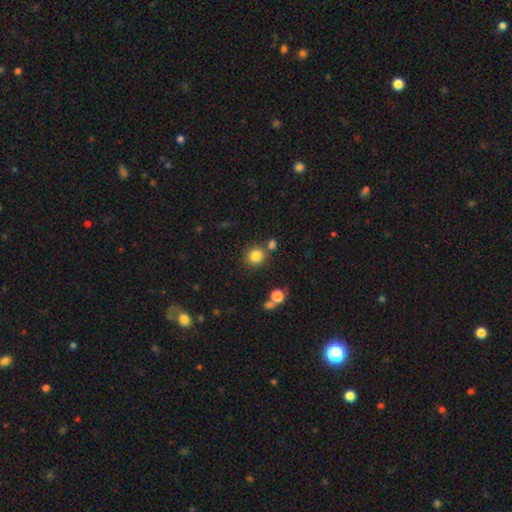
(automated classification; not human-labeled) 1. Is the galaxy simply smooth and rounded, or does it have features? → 83% smooth, 11% star or artifact, 6% featured or disk.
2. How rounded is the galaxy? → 85% round, 14% in between, 1% cigar-shaped.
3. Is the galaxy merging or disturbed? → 75% none, 12% merger, 10% minor disturbance, 4% major disturbance.